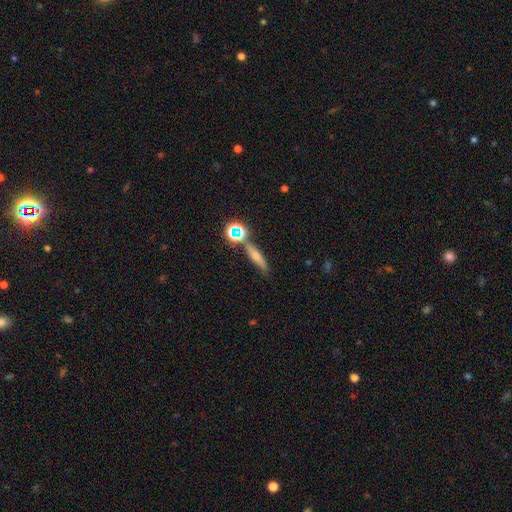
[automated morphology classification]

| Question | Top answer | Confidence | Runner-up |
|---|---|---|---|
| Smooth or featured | smooth | 54% | featured or disk (29%) |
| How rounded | cigar-shaped | 71% | in between (20%) |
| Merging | none | 72% | minor disturbance (13%) |